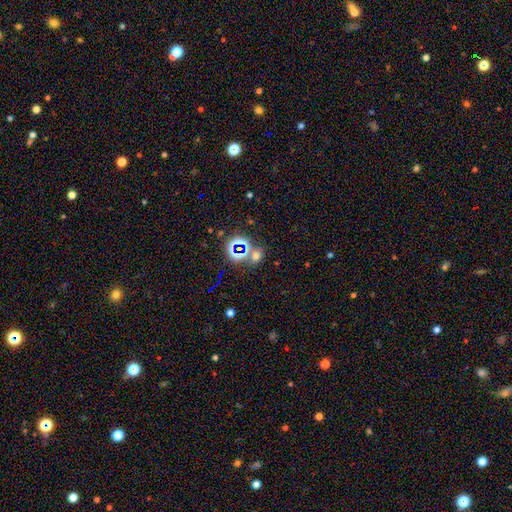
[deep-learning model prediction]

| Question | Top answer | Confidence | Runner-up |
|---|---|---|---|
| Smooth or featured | smooth | 47% | star or artifact (44%) |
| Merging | none | 66% | merger (19%) |